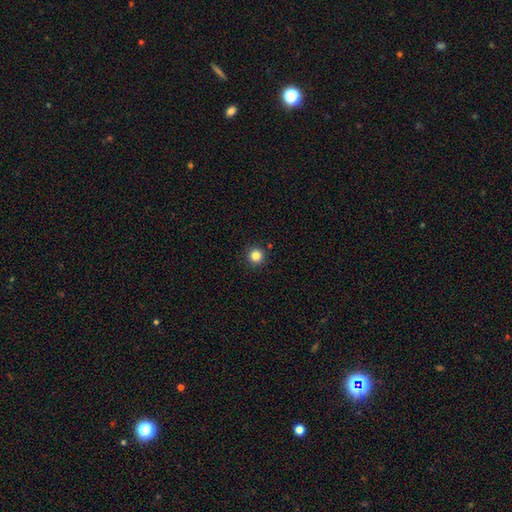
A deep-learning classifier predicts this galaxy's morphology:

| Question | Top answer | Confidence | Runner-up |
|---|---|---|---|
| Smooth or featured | smooth | 84% | star or artifact (12%) |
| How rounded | round | 96% | in between (3%) |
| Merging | none | 92% | minor disturbance (5%) |